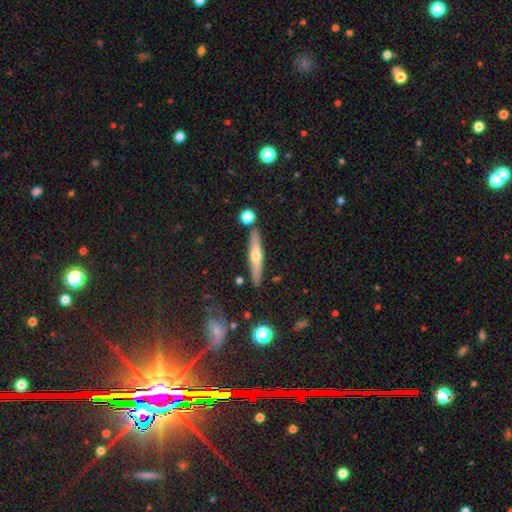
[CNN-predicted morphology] The model was most divided on "smooth or featured": featured or disk: 53%, smooth: 39%, star or artifact: 7%. More confident: edge-on disk — yes (91%); merging — none (85%).